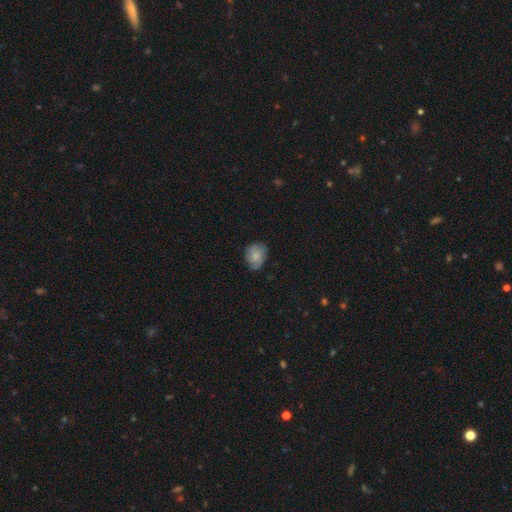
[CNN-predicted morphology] The model was most divided on "how rounded": in between: 53%, round: 46%, cigar-shaped: 1%. More confident: merging — none (68%); smooth or featured — smooth (64%).